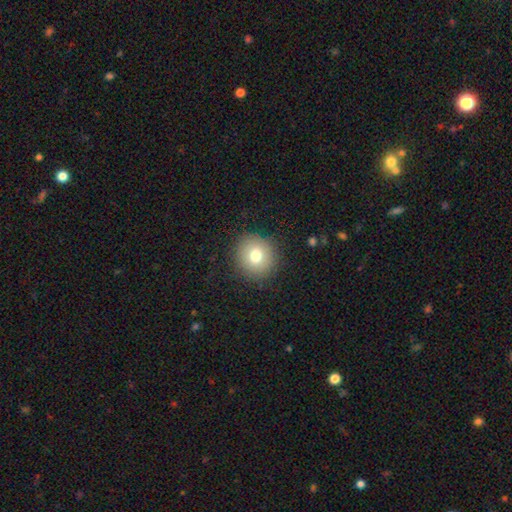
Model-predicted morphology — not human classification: Q: Smooth or featured?
A: smooth (76%); runner-up: featured or disk (13%)
Q: How rounded?
A: round (89%); runner-up: in between (10%)
Q: Merging?
A: none (89%); runner-up: minor disturbance (7%)